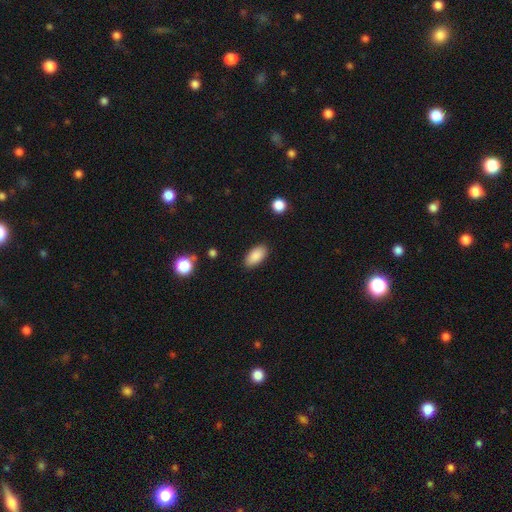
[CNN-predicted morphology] smooth 88%, star or artifact 7%, featured or disk 5%. Down the decision tree: how rounded — in between (92%); merging — none (87%).